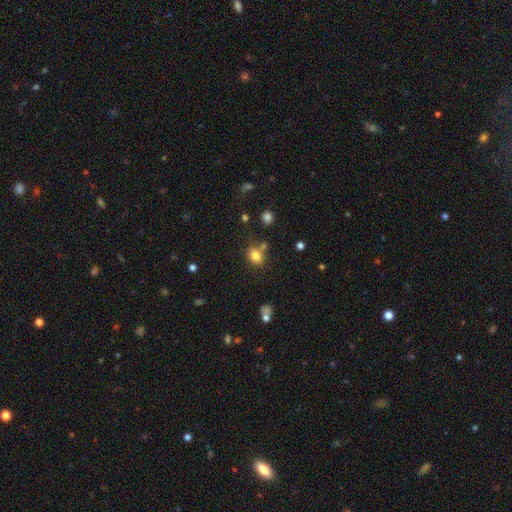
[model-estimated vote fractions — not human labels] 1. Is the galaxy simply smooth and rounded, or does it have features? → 80% smooth, 12% star or artifact, 8% featured or disk.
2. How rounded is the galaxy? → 54% in between, 45% round, 1% cigar-shaped.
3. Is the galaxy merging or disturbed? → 63% none, 17% merger, 15% minor disturbance, 5% major disturbance.